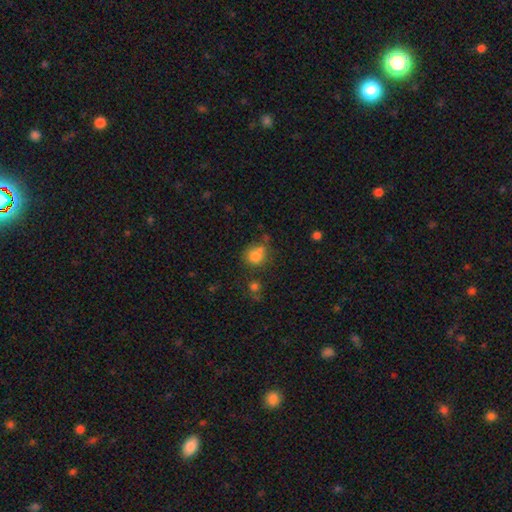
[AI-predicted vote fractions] Overall: smooth (78%). How rounded: round (71%). Merging: none (50%; minor disturbance 22%).